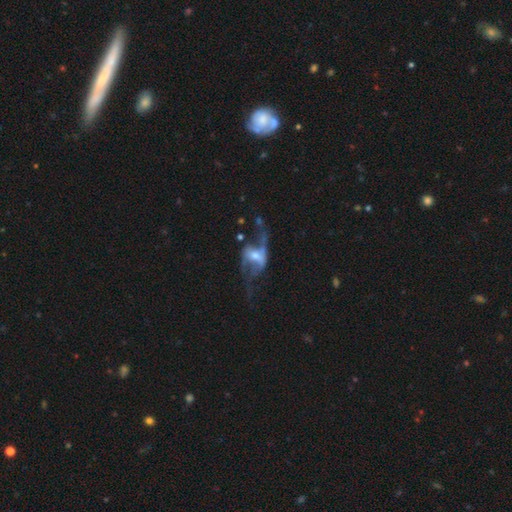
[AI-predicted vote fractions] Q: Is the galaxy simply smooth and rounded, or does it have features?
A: featured or disk — 80%.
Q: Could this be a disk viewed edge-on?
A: no — 94%.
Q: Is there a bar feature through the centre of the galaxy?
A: weak — 40%.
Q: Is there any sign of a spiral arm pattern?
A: yes — 82%.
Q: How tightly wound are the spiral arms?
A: loose — 78%.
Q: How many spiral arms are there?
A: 2 — 87%.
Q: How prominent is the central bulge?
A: moderate — 53%.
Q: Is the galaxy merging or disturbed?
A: none — 40%.